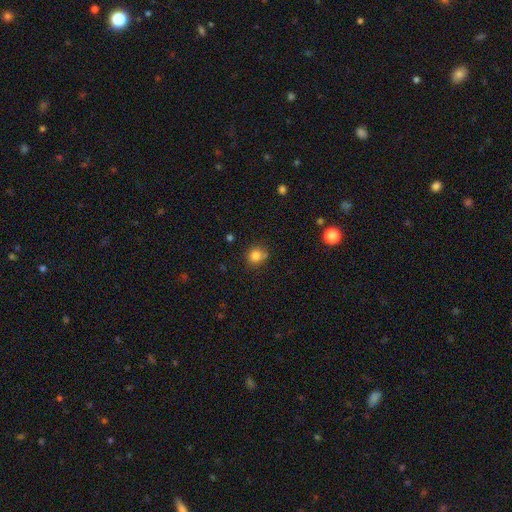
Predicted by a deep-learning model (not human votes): Smooth or featured? smooth (82%)
How rounded? round (81%)
Merging? none (70%)